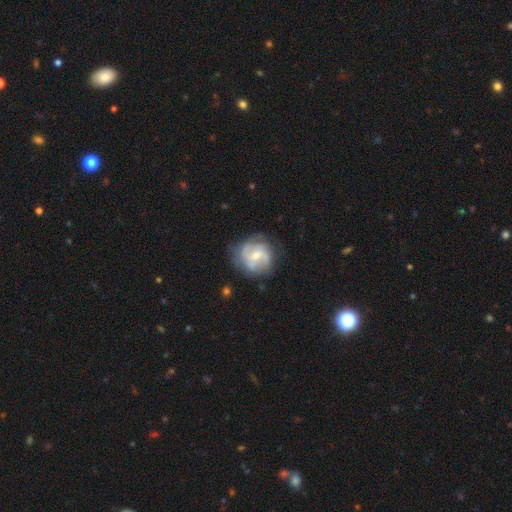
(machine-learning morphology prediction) The model was most divided on "bulge size" (2-way tie): moderate: 47%, small: 47%, none: 3%, large: 2%, dominant: 1%. Remaining: edge-on disk — no (98%); spiral arms — yes (89%); smooth or featured — featured or disk (74%); merging — none (68%); spiral arm count — 2 (60%); bar — weak (52%); spiral winding — medium (48%).